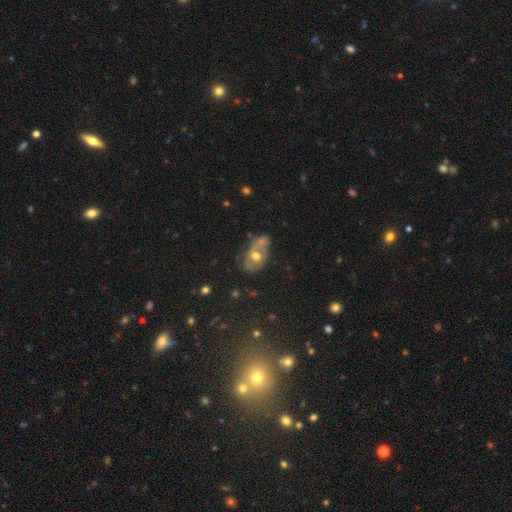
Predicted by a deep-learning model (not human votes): smooth-or-featured: featured or disk: 47% | smooth: 40% | star or artifact: 13%
  merging: none: 38% | minor disturbance: 28% | merger: 18% | major disturbance: 16%